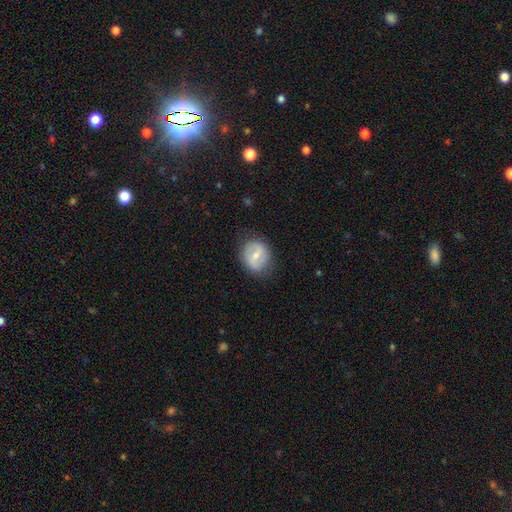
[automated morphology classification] smooth 48%, featured or disk 45%, star or artifact 6%. Down the decision tree: merging — none (79%).